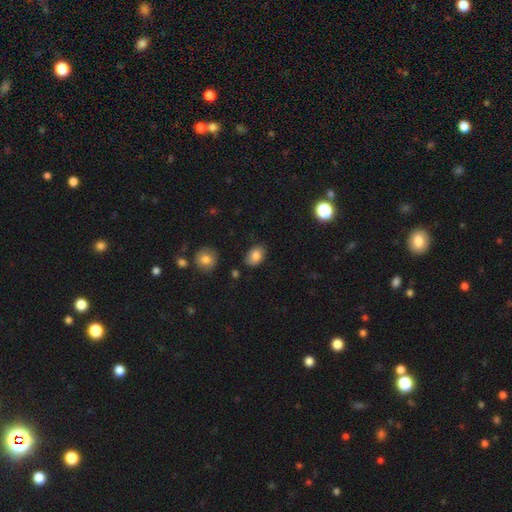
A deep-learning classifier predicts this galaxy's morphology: Q: Smooth or featured?
A: smooth (82%); runner-up: featured or disk (10%)
Q: How rounded?
A: in between (83%); runner-up: round (16%)
Q: Merging?
A: none (84%); runner-up: minor disturbance (12%)